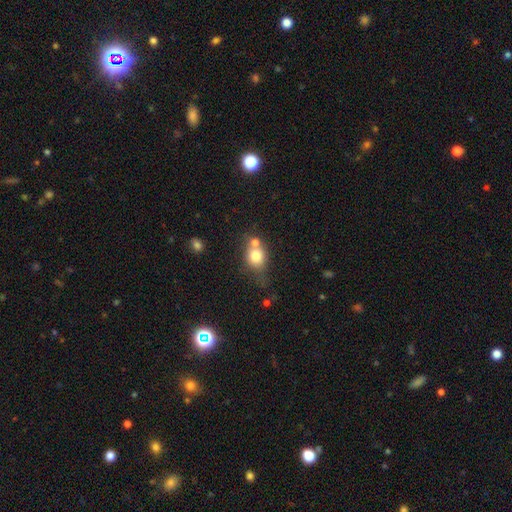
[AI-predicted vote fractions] Morphology: type=smooth (75%); roundness=round (63%); merging=none (41%).